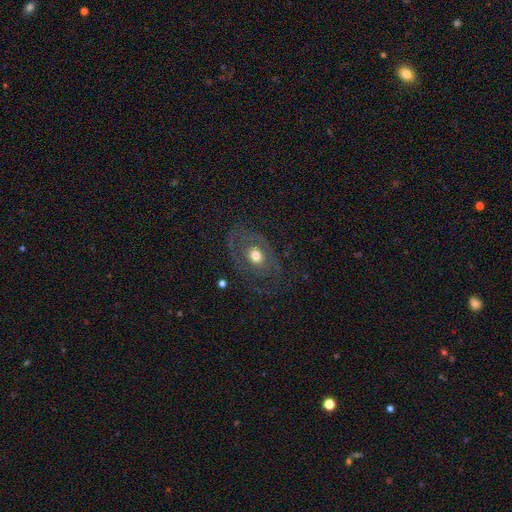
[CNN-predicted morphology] This is likely a featured or disk galaxy (61%). It is clearly not viewed edge-on (94%). Bar: clearly no (84%). Spiral arm pattern: possibly yes (53%). Central bulge: likely moderate (72%). Merging: likely none (65%).